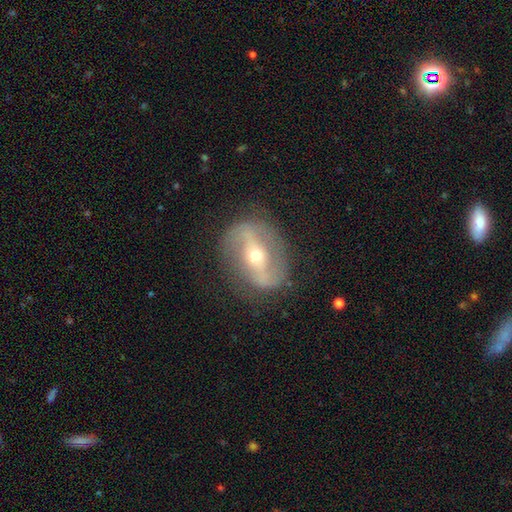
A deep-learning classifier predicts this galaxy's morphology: This appears to be a featured or disk galaxy (82%) with a strong bar (61%), 2 (89%) loose (43%) spiral arms (75%) and a moderate central bulge (52%). Merging: none (80%).